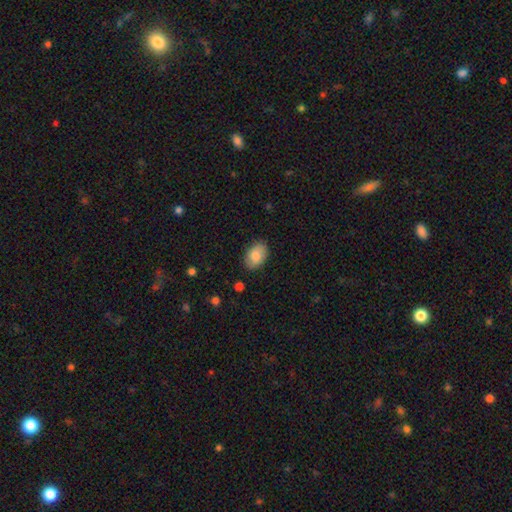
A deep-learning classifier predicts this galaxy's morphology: Q: Smooth or featured?
A: smooth (83%); runner-up: featured or disk (11%)
Q: How rounded?
A: in between (89%); runner-up: round (10%)
Q: Merging?
A: none (85%); runner-up: minor disturbance (11%)